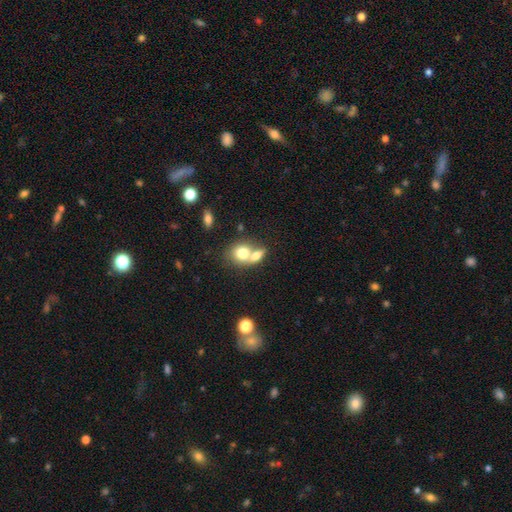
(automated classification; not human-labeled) This is likely a smooth galaxy (73%). How rounded: possibly in between (54%). Merging: likely merger (65%).